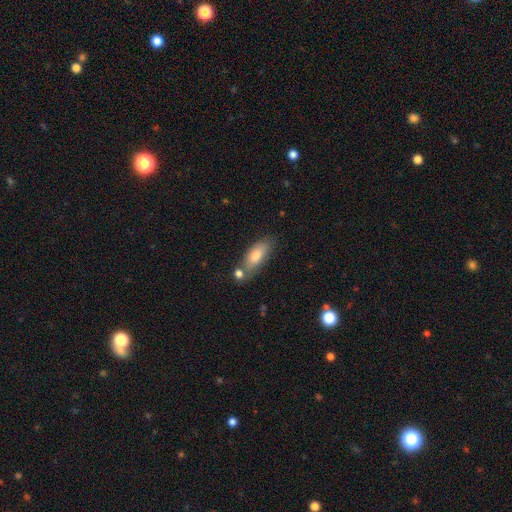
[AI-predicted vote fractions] smooth-or-featured: smooth: 75% | featured or disk: 18% | star or artifact: 7%
  how-rounded: in between: 75% | cigar-shaped: 22% | round: 3%
  merging: none: 61% | minor disturbance: 18% | merger: 16% | major disturbance: 5%